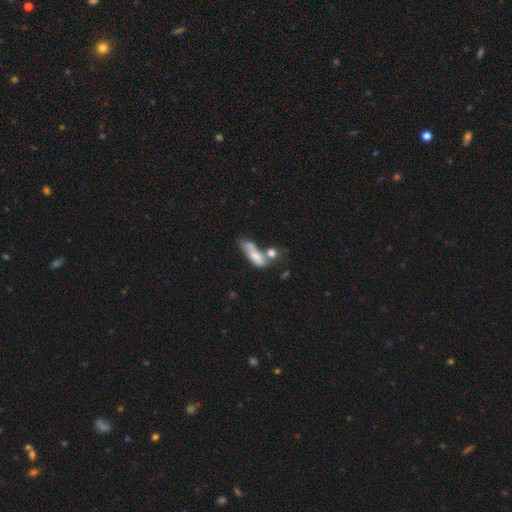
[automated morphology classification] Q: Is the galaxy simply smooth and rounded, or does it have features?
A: smooth — 63%.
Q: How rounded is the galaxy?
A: in between — 64%.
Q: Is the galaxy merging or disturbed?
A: merger — 46%.